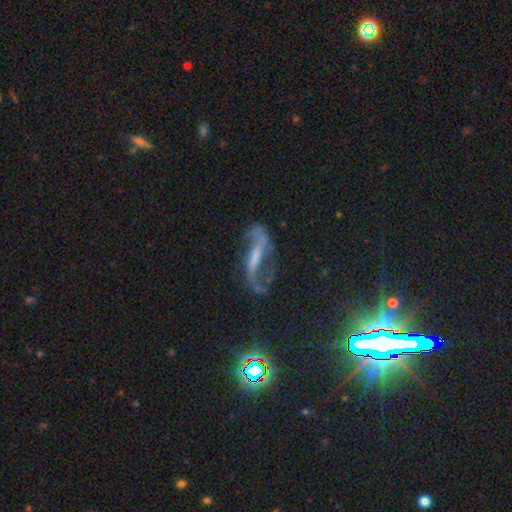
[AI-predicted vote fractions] The model was most divided on "bulge size": none: 41%, small: 28%, moderate: 24%, large: 6%, dominant: 2%. More confident: spiral arms — yes (91%); edge-on disk — no (89%); spiral arm count — 2 (89%); smooth or featured — featured or disk (79%); spiral winding — loose (76%); merging — none (56%); bar — strong (51%).